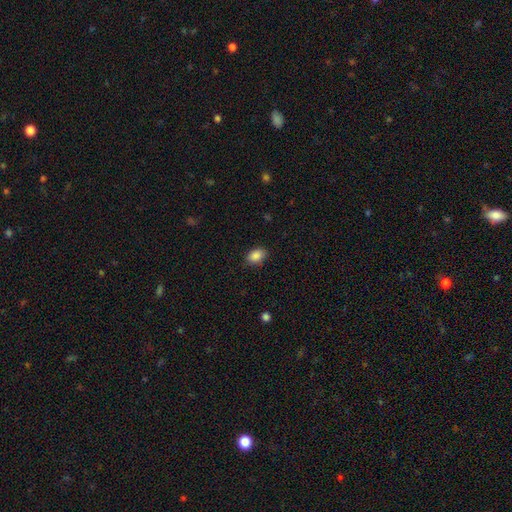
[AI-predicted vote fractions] smooth_or_featured: smooth (p=0.88) [alt: star or artifact p=0.08]
how_rounded: in between (p=0.84) [alt: round p=0.15]
merging: none (p=0.85) [alt: minor disturbance p=0.11]